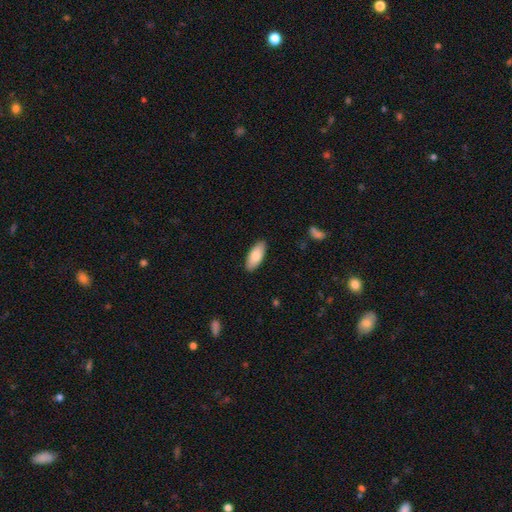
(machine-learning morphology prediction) smooth 81%, featured or disk 13%, star or artifact 6%. Down the decision tree: how rounded — in between (85%); merging — none (88%).